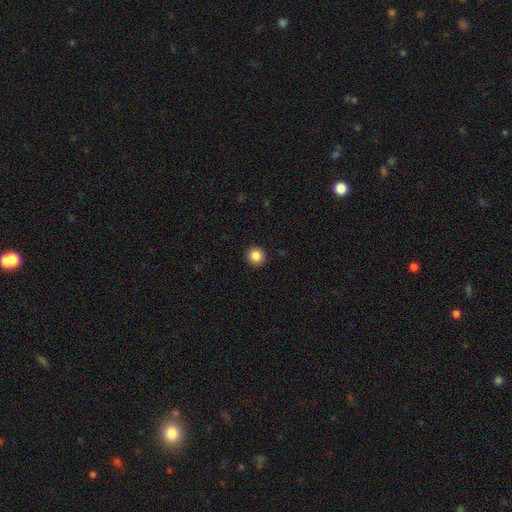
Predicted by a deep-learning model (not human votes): Morphology: type=smooth (86%); roundness=round (95%); merging=none (93%).